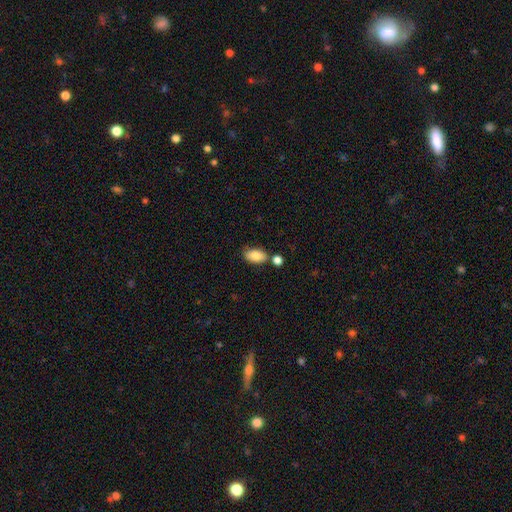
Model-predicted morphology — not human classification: Overall: smooth (84%). How rounded: in between (92%). Merging: none (67%).